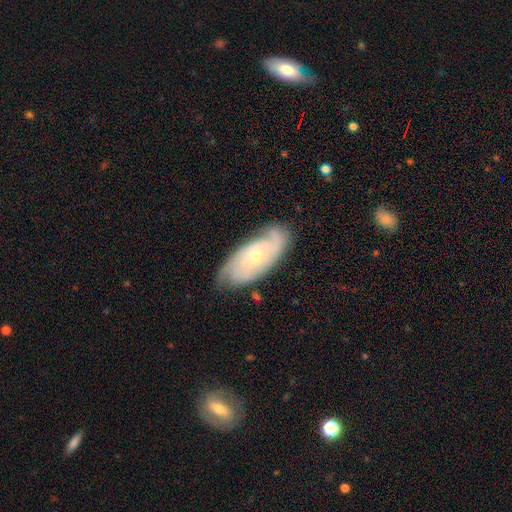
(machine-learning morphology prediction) type=featured or disk (72%); edge-on=no (91%); bar=no (77%); spiral arms=yes (88%); winding=tight (61%); arm count=2 (41%); bulge=small (66%); merging=none (71%).